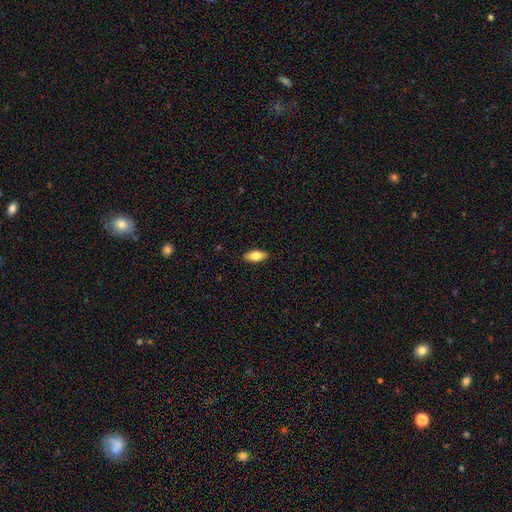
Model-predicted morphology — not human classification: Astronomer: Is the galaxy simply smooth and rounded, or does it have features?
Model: smooth — 76%.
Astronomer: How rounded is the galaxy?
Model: in between — 82%.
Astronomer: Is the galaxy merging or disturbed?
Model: none — 89%.